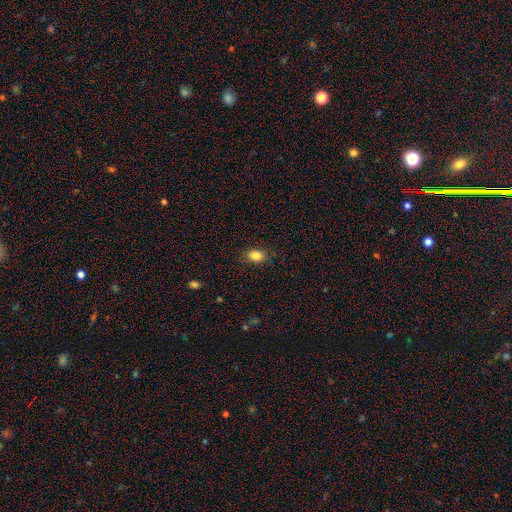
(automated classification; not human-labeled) smooth 86%, star or artifact 9%, featured or disk 5%. Down the decision tree: how rounded — in between (78%); merging — none (86%).